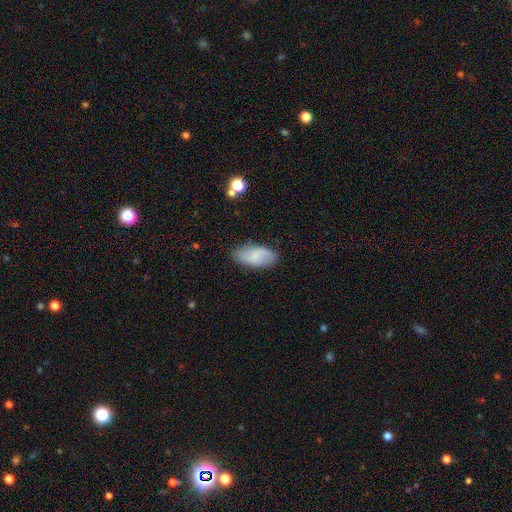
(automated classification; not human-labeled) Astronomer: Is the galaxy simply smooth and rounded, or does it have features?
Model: smooth — 73%.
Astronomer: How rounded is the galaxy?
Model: in between — 93%.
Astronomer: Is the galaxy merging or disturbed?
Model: none — 80%.